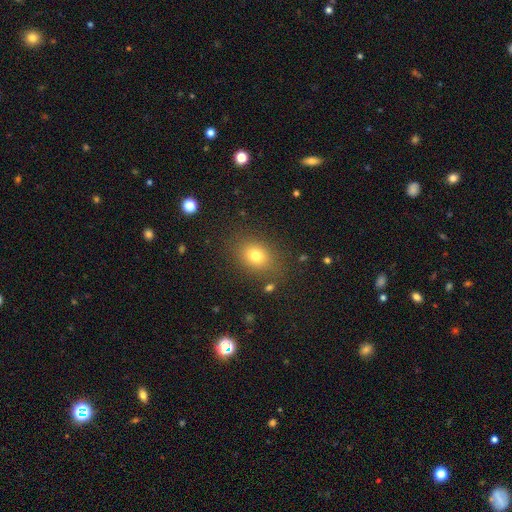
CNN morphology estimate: type=smooth (76%); roundness=in between (58%); merging=none (82%).